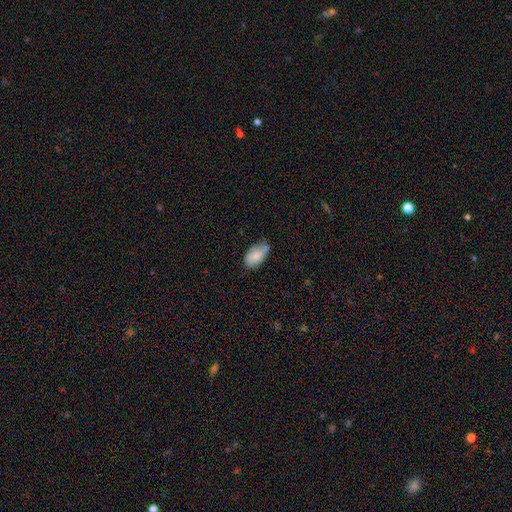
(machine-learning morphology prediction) Smooth or featured? smooth (79%)
How rounded? in between (93%)
Merging? none (48%)